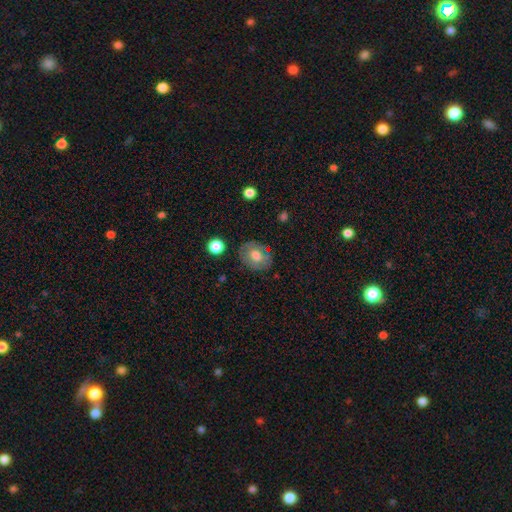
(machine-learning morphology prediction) Smooth or featured?
  - smooth: 60% *
  - featured or disk: 31%
  - star or artifact: 9%
How rounded?
  - in between: 53% *
  - round: 46%
  - cigar-shaped: 1%
Merging?
  - none: 78% *
  - minor disturbance: 15%
  - major disturbance: 4%
  - merger: 2%